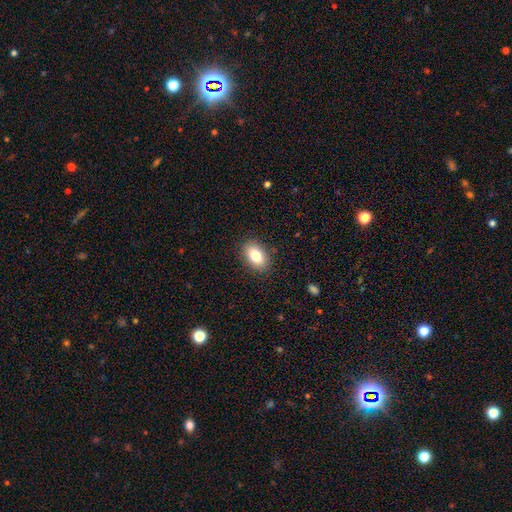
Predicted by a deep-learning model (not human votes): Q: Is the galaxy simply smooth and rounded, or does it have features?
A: smooth — 81%.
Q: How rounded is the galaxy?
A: in between — 90%.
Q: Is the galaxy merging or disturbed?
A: none — 87%.